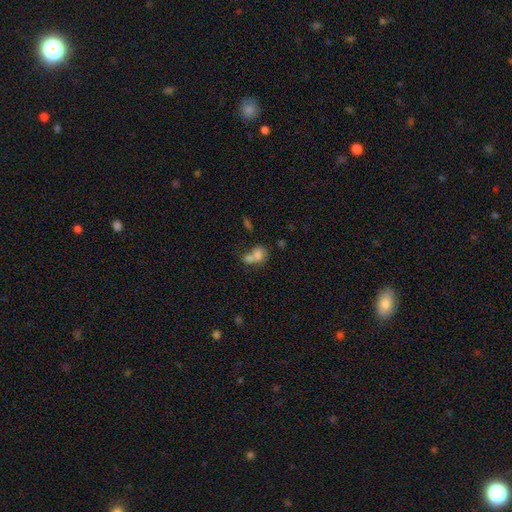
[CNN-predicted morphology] smooth 71%, featured or disk 18%, star or artifact 11%. Down the decision tree: how rounded — in between (62%); merging — merger (66%).